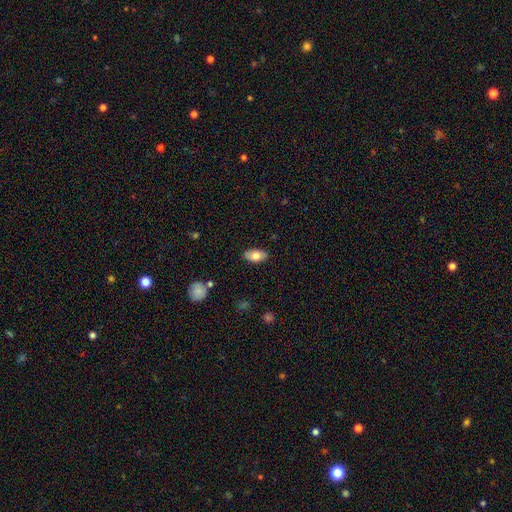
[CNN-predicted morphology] The model was most divided on "smooth or featured": smooth: 77%, featured or disk: 16%, star or artifact: 7%. More confident: how rounded — in between (93%); merging — none (86%).